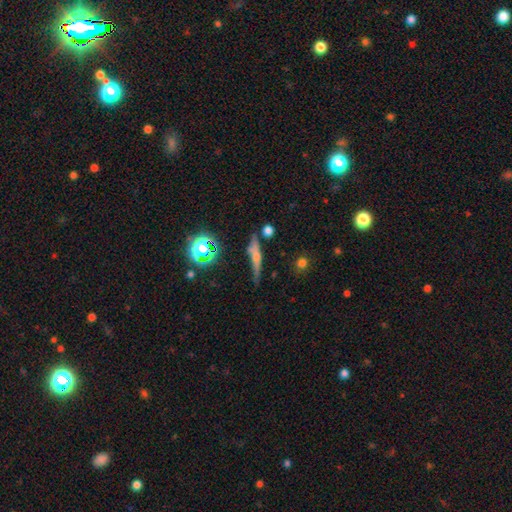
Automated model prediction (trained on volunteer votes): Overall: featured or disk (43%; smooth 42%). Merging: none (67%).